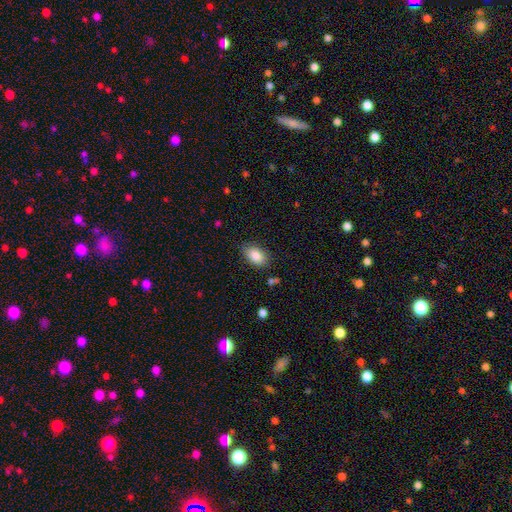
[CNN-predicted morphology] This is clearly a smooth galaxy (86%). How rounded: clearly in between (91%). Merging: likely none (80%).